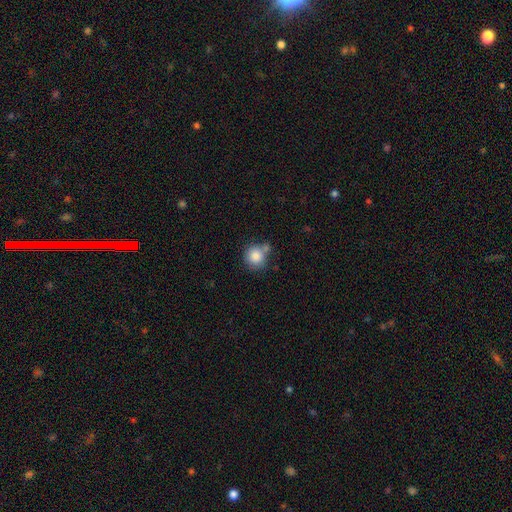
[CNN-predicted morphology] A smooth galaxy with no disk features (84%) that is round (90%). Merging: none (58%).